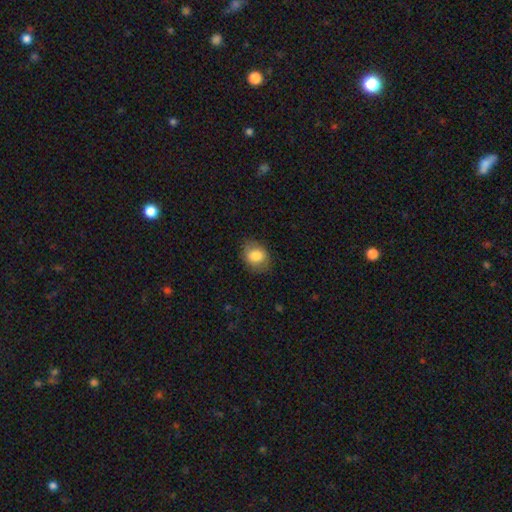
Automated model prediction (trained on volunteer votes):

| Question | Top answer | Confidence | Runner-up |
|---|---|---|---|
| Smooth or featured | smooth | 81% | featured or disk (11%) |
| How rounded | in between | 58% | round (41%) |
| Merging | none | 79% | minor disturbance (15%) |